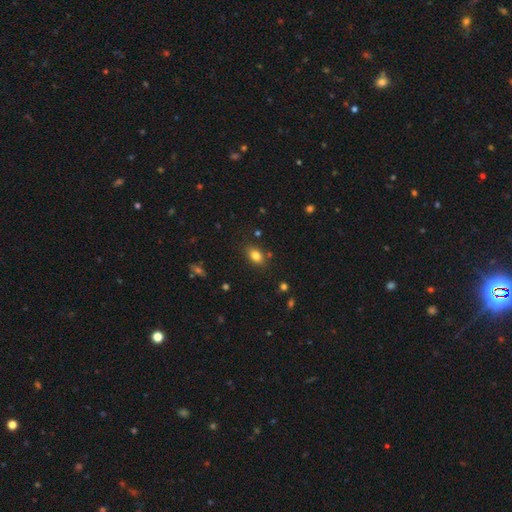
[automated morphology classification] The model was most divided on "how rounded": in between: 82%, round: 16%, cigar-shaped: 2%. More confident: smooth or featured — smooth (82%); merging — none (81%).